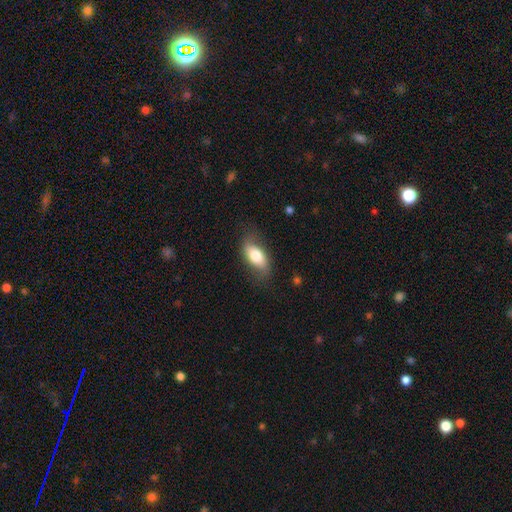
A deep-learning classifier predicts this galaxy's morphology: Smooth or featured: smooth — 71% (featured or disk — 22%)
How rounded: in between — 86% (cigar-shaped — 8%)
Merging: none — 70% (minor disturbance — 22%)